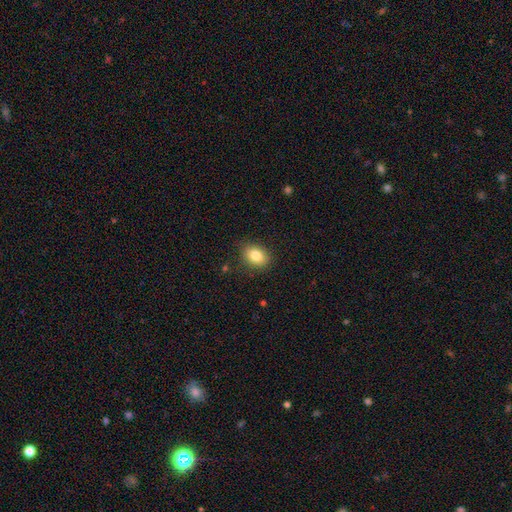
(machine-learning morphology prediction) Smooth or featured: smooth — 84% (star or artifact — 9%)
How rounded: in between — 66% (round — 33%)
Merging: none — 85% (minor disturbance — 11%)